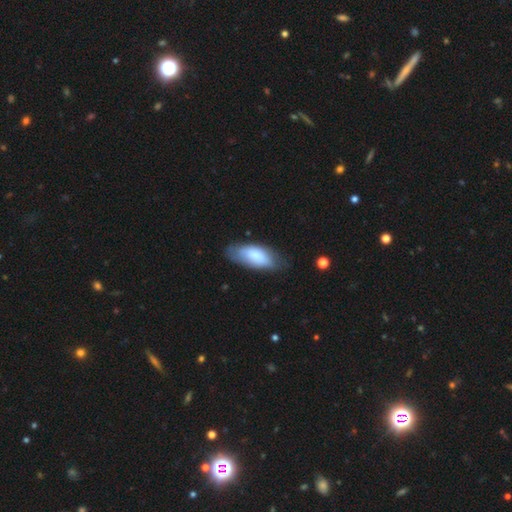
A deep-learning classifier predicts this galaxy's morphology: smooth 77%, featured or disk 17%, star or artifact 6%. Down the decision tree: how rounded — in between (85%); merging — none (66%).